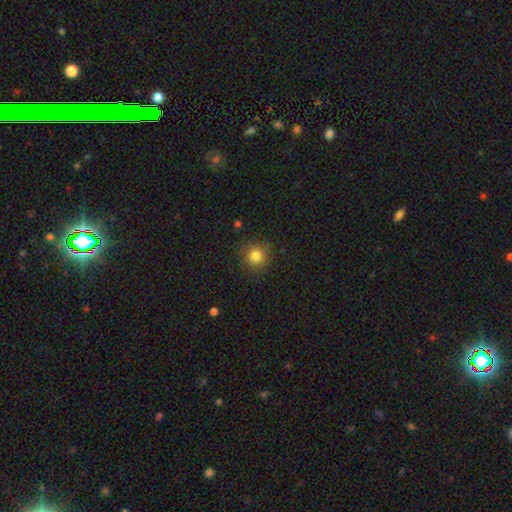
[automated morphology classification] Smooth or featured?
  - smooth: 82% *
  - star or artifact: 12%
  - featured or disk: 6%
How rounded?
  - round: 93% *
  - in between: 6%
  - cigar-shaped: 1%
Merging?
  - none: 85% *
  - minor disturbance: 11%
  - major disturbance: 3%
  - merger: 1%